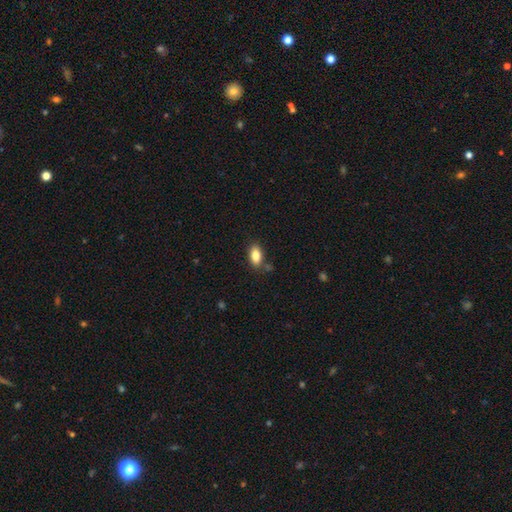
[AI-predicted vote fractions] The model was most divided on "merging": none: 79%, minor disturbance: 13%, merger: 5%, major disturbance: 3%. More confident: how rounded — in between (90%); smooth or featured — smooth (85%).